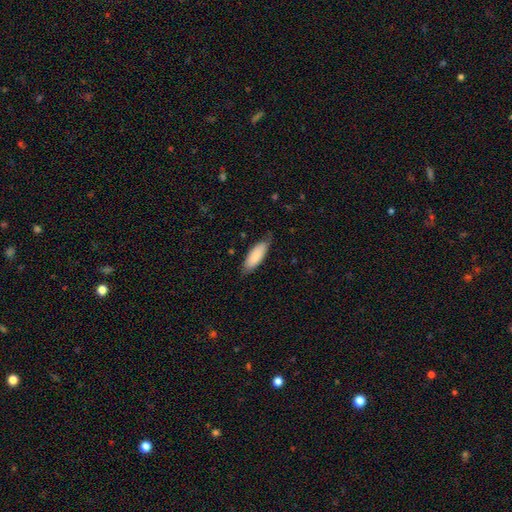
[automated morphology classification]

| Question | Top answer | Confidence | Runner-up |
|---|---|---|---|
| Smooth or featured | smooth | 86% | featured or disk (9%) |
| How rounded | in between | 72% | cigar-shaped (27%) |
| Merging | none | 75% | minor disturbance (20%) |